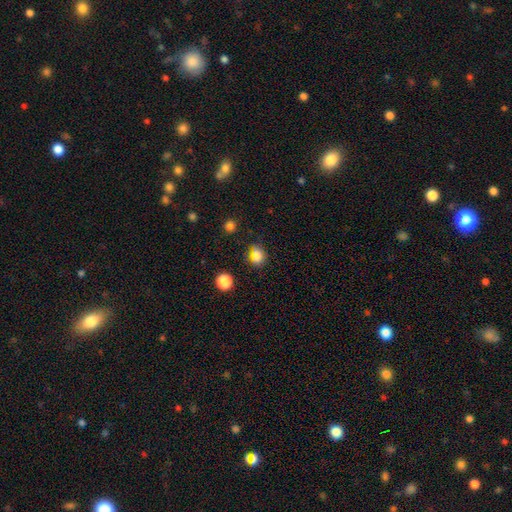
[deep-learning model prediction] smooth_or_featured: smooth (p=0.79) [alt: star or artifact p=0.15]
how_rounded: round (p=0.60) [alt: in between p=0.38]
merging: none (p=0.72) [alt: minor disturbance p=0.18]